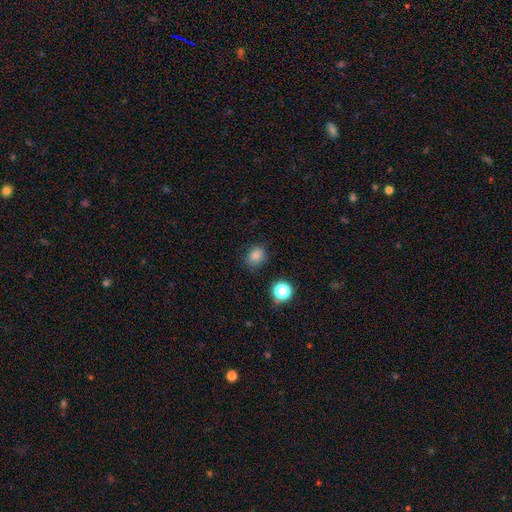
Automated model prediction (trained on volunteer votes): Smooth or featured?
  - smooth: 81% *
  - star or artifact: 14%
  - featured or disk: 5%
How rounded?
  - round: 61% *
  - in between: 38%
  - cigar-shaped: 1%
Merging?
  - none: 81% *
  - minor disturbance: 13%
  - major disturbance: 4%
  - merger: 2%